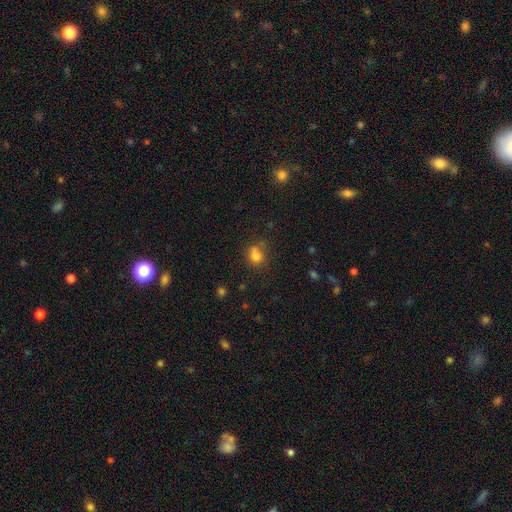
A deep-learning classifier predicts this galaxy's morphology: Smooth or featured? Predicted: smooth (p=0.78). How rounded? Predicted: round (p=0.70). Merging? Predicted: none (p=0.51).